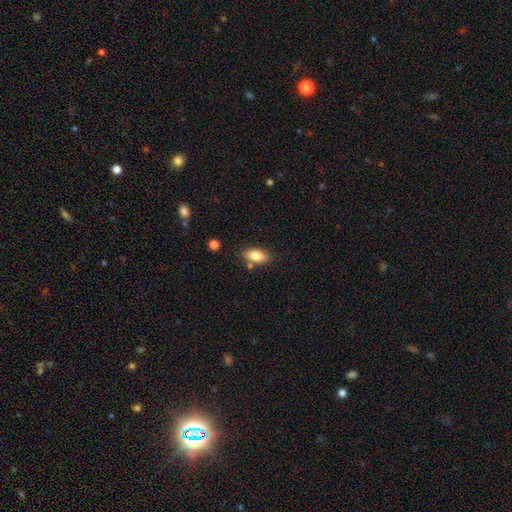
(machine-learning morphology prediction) A smooth galaxy with no disk features (81%) that is in between round and cigar-shaped (86%).

Vote fractions:
- Smooth or featured? smooth: 81% / featured or disk: 12% / star or artifact: 7%
- How rounded? in between: 86% / cigar-shaped: 10% / round: 4%
- Merging? none: 77% / minor disturbance: 13% / merger: 7% / major disturbance: 3%